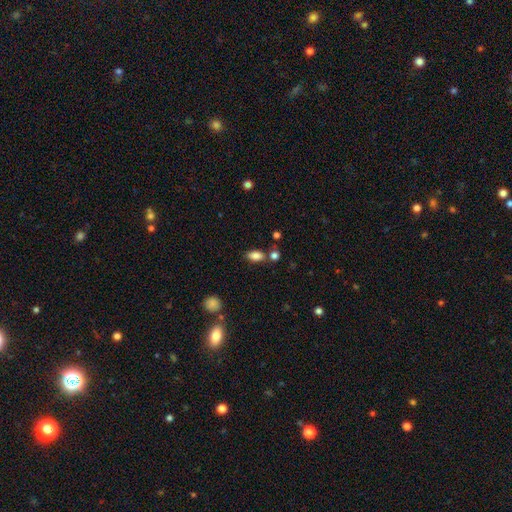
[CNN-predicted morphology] A smooth galaxy with no disk features (84%) that is in between round and cigar-shaped (89%). Merging: none (70%).